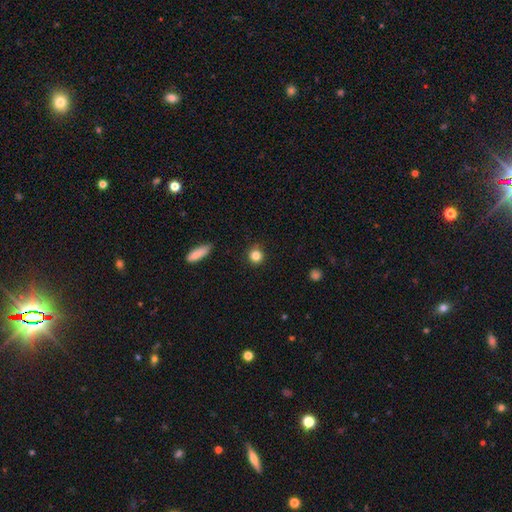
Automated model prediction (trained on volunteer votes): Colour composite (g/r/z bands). It shows a smooth galaxy with no disk features (84%) that is round (92%). Merging: none (89%).